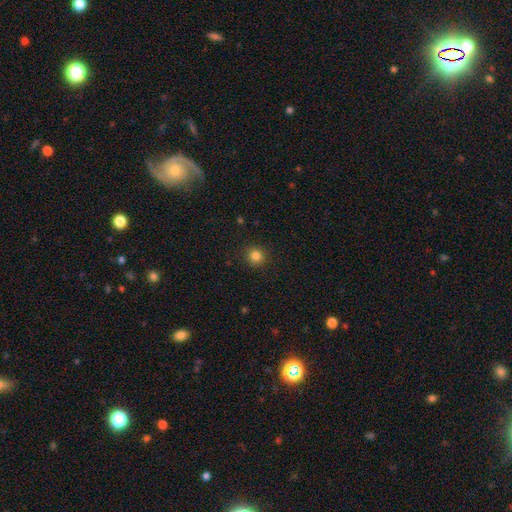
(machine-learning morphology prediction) smooth 83%, star or artifact 13%, featured or disk 5%. Down the decision tree: how rounded — round (92%); merging — none (91%).